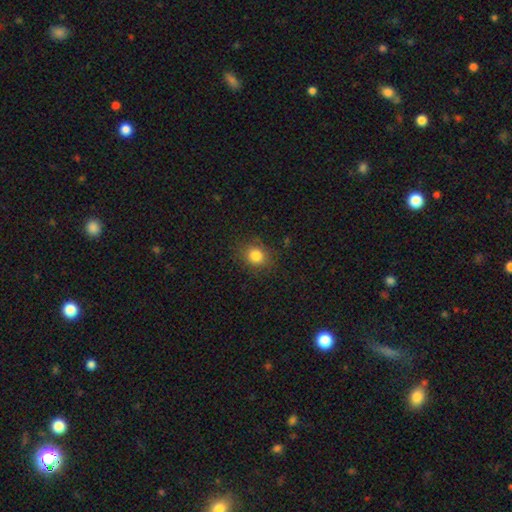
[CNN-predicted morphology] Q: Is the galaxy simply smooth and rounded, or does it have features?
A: smooth — 83%.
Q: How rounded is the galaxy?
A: round — 73%.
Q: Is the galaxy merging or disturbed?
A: none — 84%.